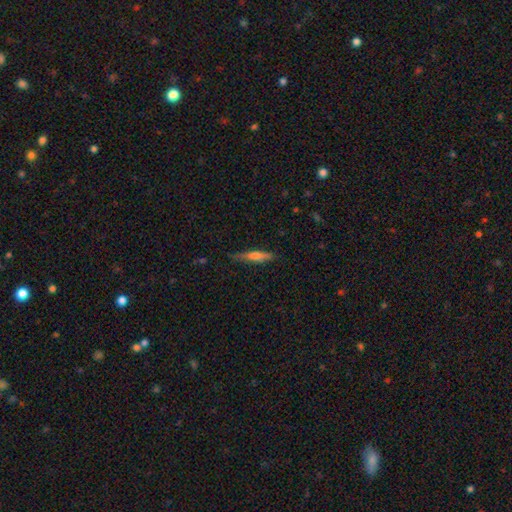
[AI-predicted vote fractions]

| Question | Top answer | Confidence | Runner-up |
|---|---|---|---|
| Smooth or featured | smooth | 51% | featured or disk (42%) |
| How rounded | cigar-shaped | 87% | in between (12%) |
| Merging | none | 82% | minor disturbance (14%) |